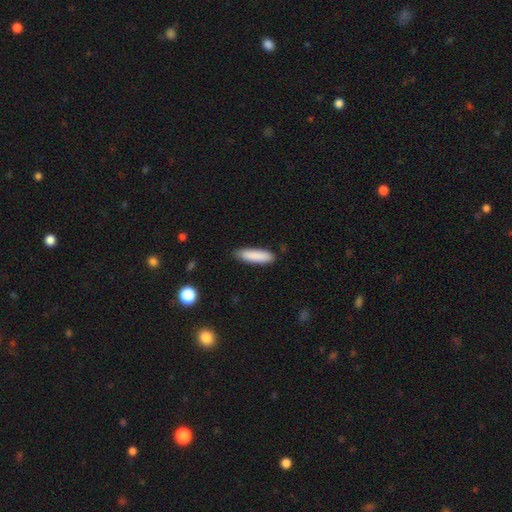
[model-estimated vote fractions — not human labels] Smooth or featured? smooth (88%)
How rounded? cigar-shaped (64%)
Merging? none (85%)